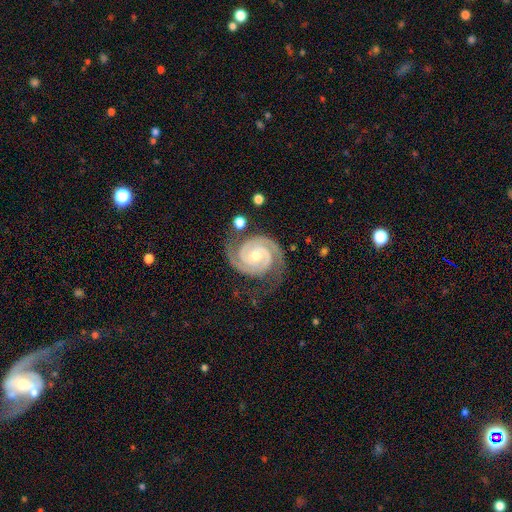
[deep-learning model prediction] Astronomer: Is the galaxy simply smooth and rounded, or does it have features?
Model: featured or disk — 93%.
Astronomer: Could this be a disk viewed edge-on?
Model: no — 98%.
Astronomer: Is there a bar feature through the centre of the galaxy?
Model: no — 63%.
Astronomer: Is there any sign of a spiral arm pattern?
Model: yes — 99%.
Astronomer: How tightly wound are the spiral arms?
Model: tight — 74%.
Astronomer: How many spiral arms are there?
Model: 2 — 90%.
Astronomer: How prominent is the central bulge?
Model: moderate — 55% (runner-up: small, 41%).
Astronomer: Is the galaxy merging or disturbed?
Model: none — 75%.